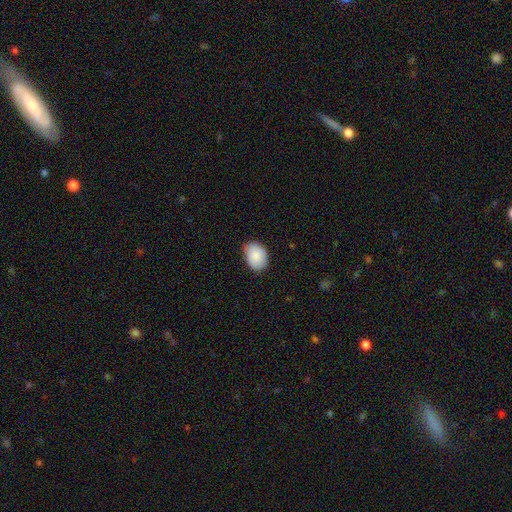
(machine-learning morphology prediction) Smooth or featured?
  - smooth: 89% *
  - star or artifact: 7%
  - featured or disk: 5%
How rounded?
  - in between: 75% *
  - round: 24%
  - cigar-shaped: 1%
Merging?
  - none: 76% *
  - minor disturbance: 20%
  - major disturbance: 3%
  - merger: 1%